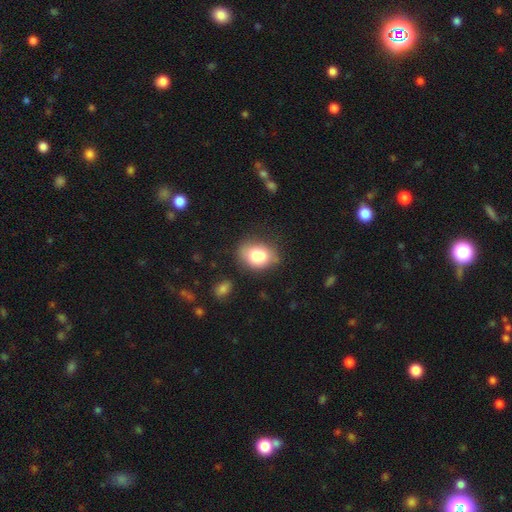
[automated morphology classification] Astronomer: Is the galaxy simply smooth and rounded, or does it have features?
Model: smooth — 78%.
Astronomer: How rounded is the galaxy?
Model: in between — 55% (runner-up: round, 44%).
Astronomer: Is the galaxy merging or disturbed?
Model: none — 60%.